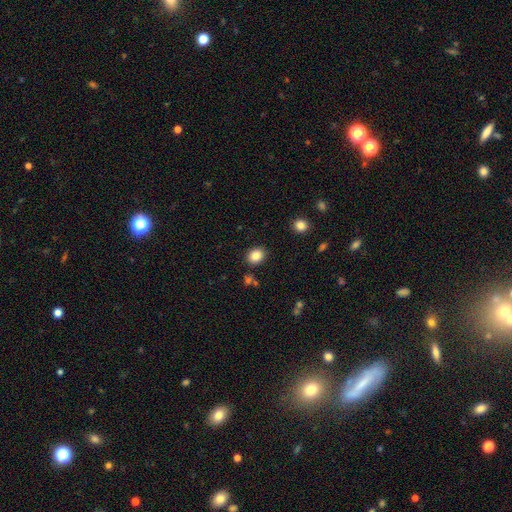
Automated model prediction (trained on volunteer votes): Smooth or featured? Predicted: smooth (p=0.85). How rounded? Predicted: round (p=0.55). Merging? Predicted: none (p=0.87).